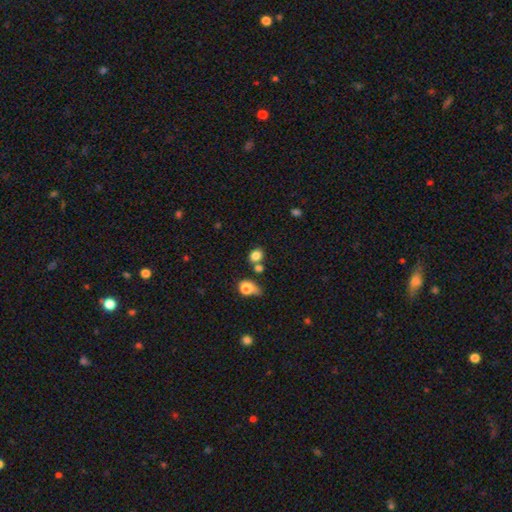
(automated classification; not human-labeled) smooth 81%, star or artifact 12%, featured or disk 7%. Down the decision tree: how rounded — round (57%); merging — none (59%).